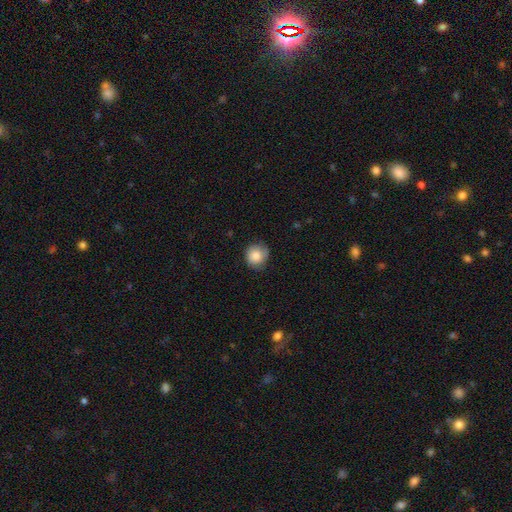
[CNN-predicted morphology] The model was most divided on "merging": none: 73%, minor disturbance: 21%, major disturbance: 5%, merger: 1%. More confident: how rounded — round (86%); smooth or featured — smooth (79%).